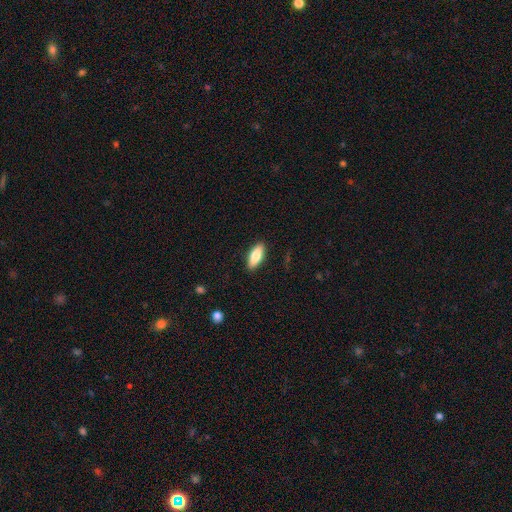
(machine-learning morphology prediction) Smooth or featured? smooth (79%)
How rounded? in between (75%)
Merging? none (89%)